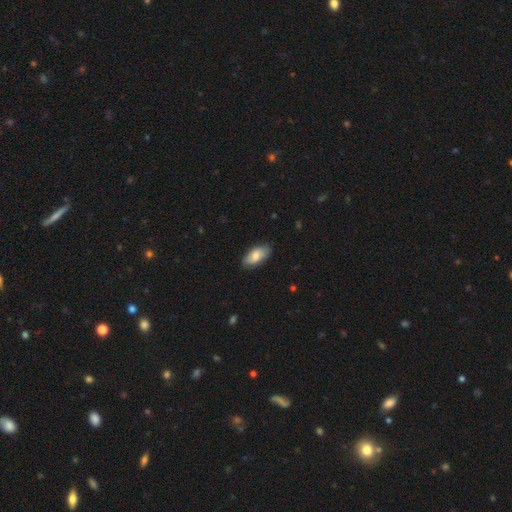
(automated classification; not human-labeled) Overall: smooth (74%). How rounded: in between (93%). Merging: none (83%).